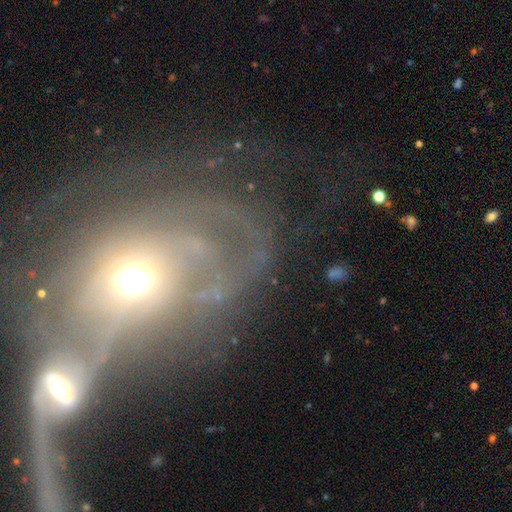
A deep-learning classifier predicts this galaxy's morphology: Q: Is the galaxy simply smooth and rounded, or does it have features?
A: featured or disk — 62%.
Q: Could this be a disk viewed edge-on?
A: no — 94%.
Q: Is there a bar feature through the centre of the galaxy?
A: no — 78%.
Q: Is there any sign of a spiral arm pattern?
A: yes — 53%.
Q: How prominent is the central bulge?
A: moderate — 63%.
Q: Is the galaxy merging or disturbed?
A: none — 35%.